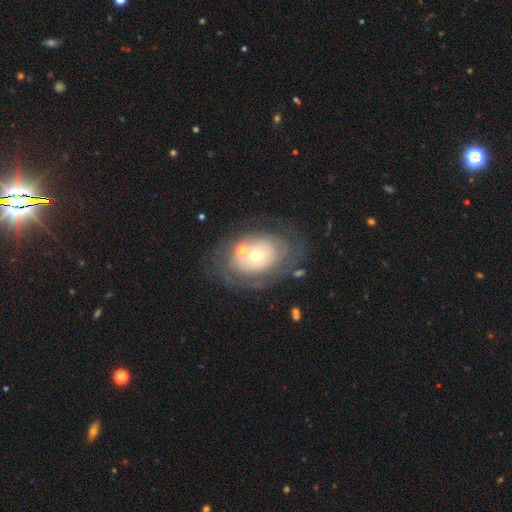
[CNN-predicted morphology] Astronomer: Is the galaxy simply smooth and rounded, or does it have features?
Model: featured or disk — 63%.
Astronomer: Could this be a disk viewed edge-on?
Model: no — 95%.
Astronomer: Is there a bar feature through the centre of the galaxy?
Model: no — 87%.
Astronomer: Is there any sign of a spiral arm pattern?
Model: no — 53% (runner-up: yes, 47%).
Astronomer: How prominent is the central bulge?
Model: moderate — 52% (runner-up: small, 41%).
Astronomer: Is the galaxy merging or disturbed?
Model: none — 57%.